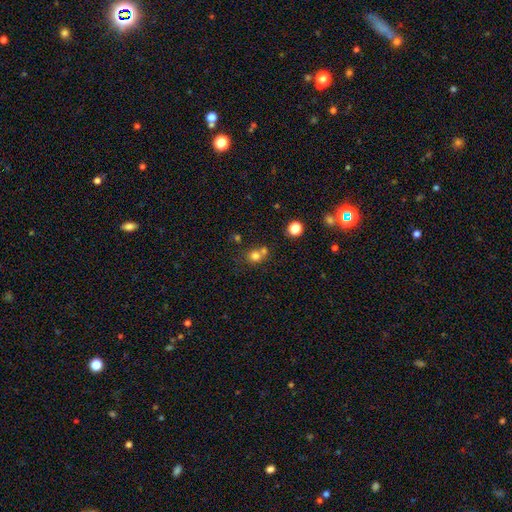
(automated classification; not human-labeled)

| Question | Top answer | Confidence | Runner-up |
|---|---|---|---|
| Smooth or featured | smooth | 75% | star or artifact (15%) |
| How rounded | round | 79% | in between (20%) |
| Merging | none | 48% | merger (40%) |